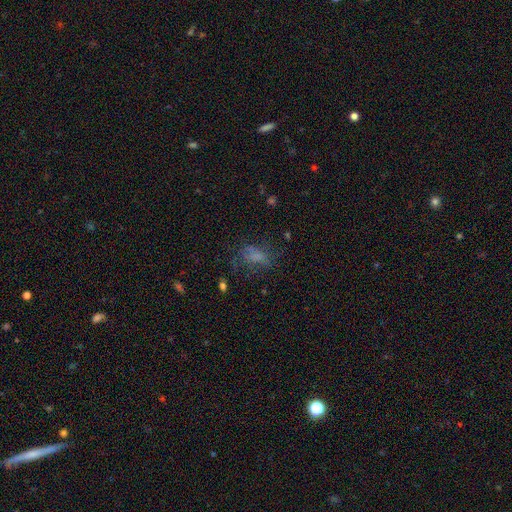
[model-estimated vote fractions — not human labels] Smooth or featured? Predicted: smooth (p=0.56). How rounded? Predicted: in between (p=0.79). Merging? Predicted: none (p=0.47).